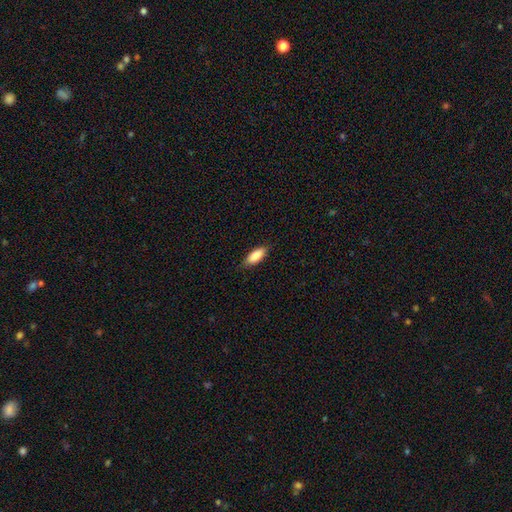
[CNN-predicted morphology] smooth-or-featured: smooth: 86% | featured or disk: 8% | star or artifact: 6%
  how-rounded: in between: 77% | cigar-shaped: 21% | round: 2%
  merging: none: 84% | minor disturbance: 12% | major disturbance: 2% | merger: 1%